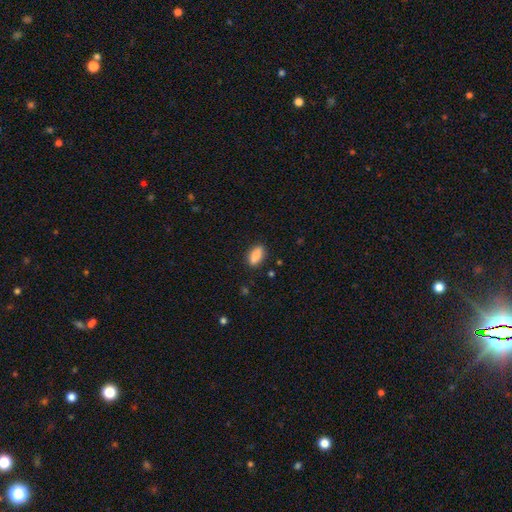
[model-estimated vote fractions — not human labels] A smooth galaxy with no disk features (87%) that is in between round and cigar-shaped (79%).

Vote fractions:
- Smooth or featured? smooth: 87% / star or artifact: 7% / featured or disk: 6%
- How rounded? in between: 79% / cigar-shaped: 17% / round: 4%
- Merging? none: 84% / minor disturbance: 12% / major disturbance: 3% / merger: 2%